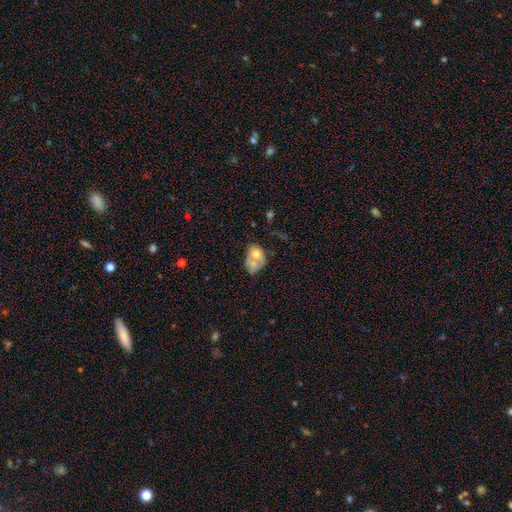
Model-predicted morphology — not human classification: Smooth or featured: smooth — 62% (featured or disk — 29%)
How rounded: in between — 64% (round — 35%)
Merging: merger — 49% (none — 23%)